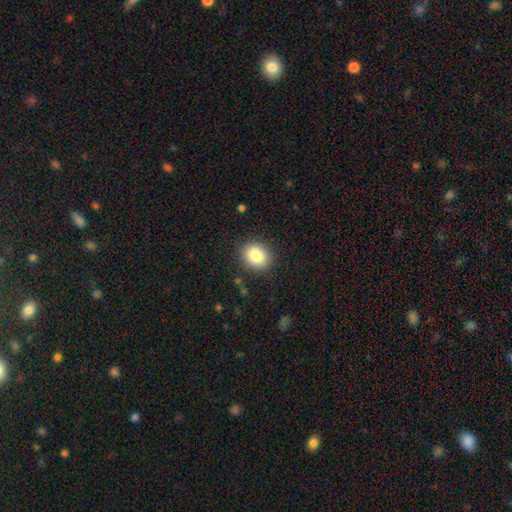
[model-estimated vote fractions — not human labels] Smooth or featured? smooth (84%)
How rounded? round (64%)
Merging? none (88%)